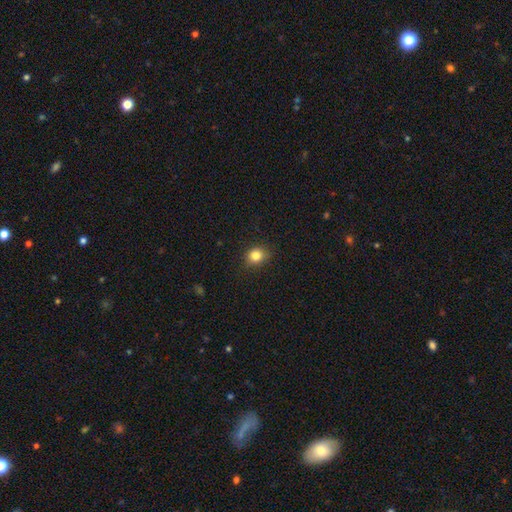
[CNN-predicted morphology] smooth_or_featured: smooth (p=0.84) [alt: star or artifact p=0.11]
how_rounded: round (p=0.69) [alt: in between p=0.30]
merging: none (p=0.86) [alt: minor disturbance p=0.11]